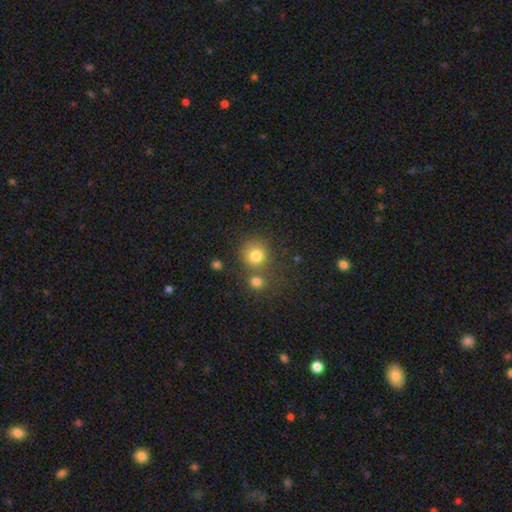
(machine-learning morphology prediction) Smooth or featured: smooth — 79% (star or artifact — 13%)
How rounded: round — 88% (in between — 11%)
Merging: none — 61% (merger — 26%)